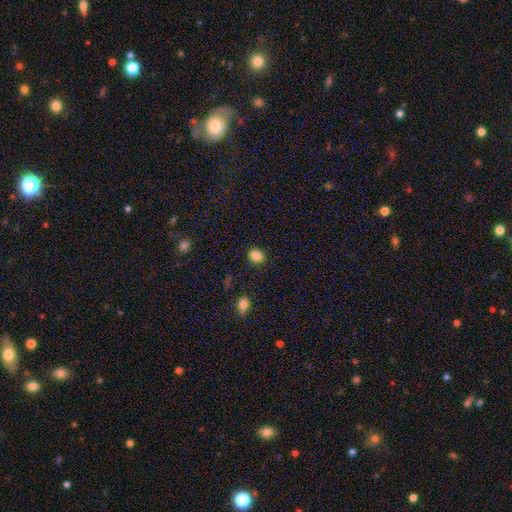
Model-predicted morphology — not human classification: Q: Smooth or featured?
A: smooth (85%); runner-up: star or artifact (11%)
Q: How rounded?
A: round (63%); runner-up: in between (36%)
Q: Merging?
A: none (87%); runner-up: minor disturbance (9%)